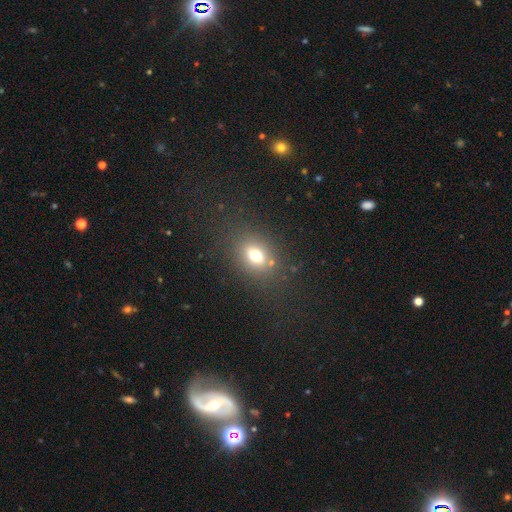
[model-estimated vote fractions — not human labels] This appears to be a smooth galaxy with no disk features (71%) that is in between round and cigar-shaped (65%). Merging: none (80%).